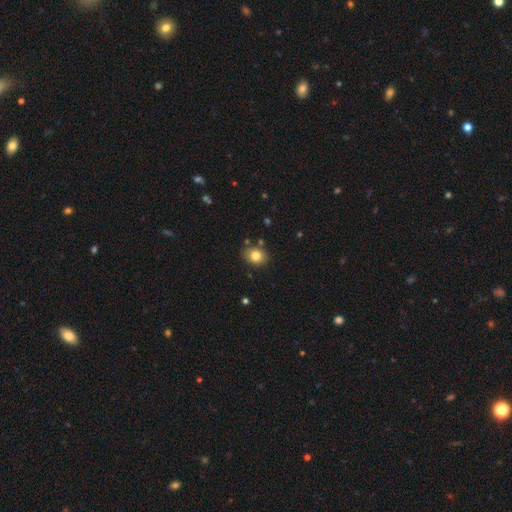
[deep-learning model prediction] Smooth or featured: smooth — 80% (star or artifact — 10%)
How rounded: in between — 51% (round — 48%)
Merging: none — 84% (minor disturbance — 11%)